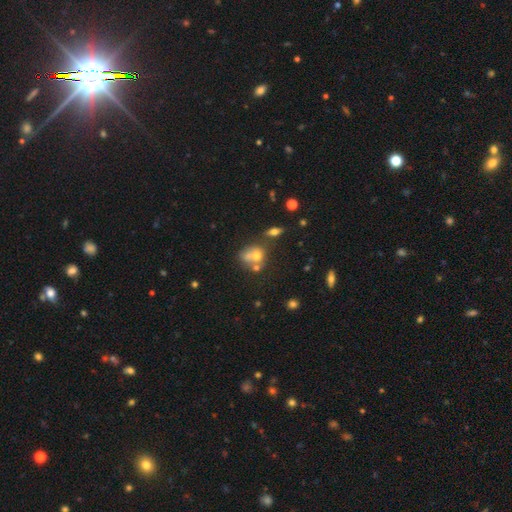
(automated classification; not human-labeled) smooth-or-featured: smooth: 64% | featured or disk: 22% | star or artifact: 14%
  how-rounded: round: 61% | in between: 37% | cigar-shaped: 1%
  merging: merger: 44% | none: 35% | minor disturbance: 14% | major disturbance: 8%